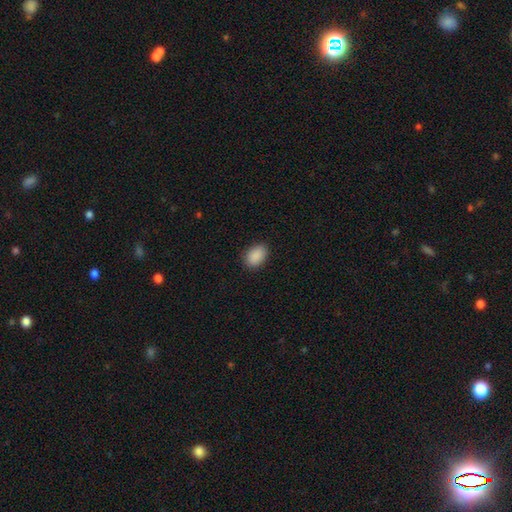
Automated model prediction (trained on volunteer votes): The model was most divided on "how rounded": in between: 83%, round: 16%, cigar-shaped: 1%. More confident: smooth or featured — smooth (90%); merging — none (87%).